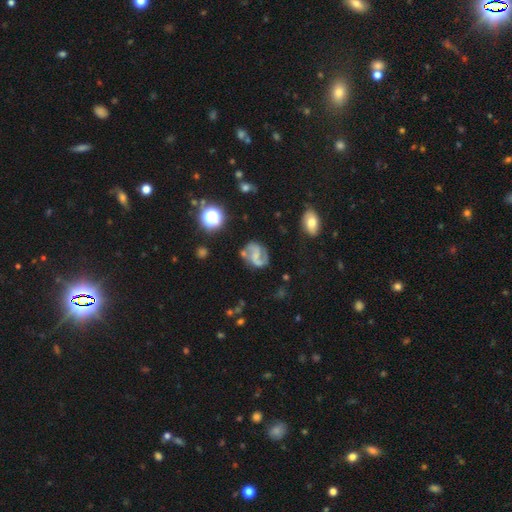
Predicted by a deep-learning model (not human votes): Smooth or featured? Predicted: featured or disk (p=0.76). Edge-on disk? Predicted: no (p=0.98). Bar? Predicted: weak (p=0.44). Spiral arms? Predicted: yes (p=0.91). Spiral winding? Predicted: medium (p=0.48). Spiral arm count? Predicted: 2 (p=0.87). Bulge size? Predicted: small (p=0.38). Merging? Predicted: none (p=0.63).